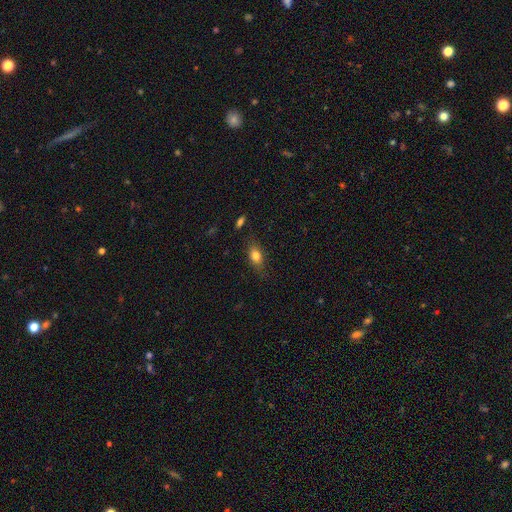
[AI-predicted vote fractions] Q: Smooth or featured?
A: smooth (79%); runner-up: featured or disk (12%)
Q: How rounded?
A: in between (79%); runner-up: round (13%)
Q: Merging?
A: none (76%); runner-up: minor disturbance (17%)